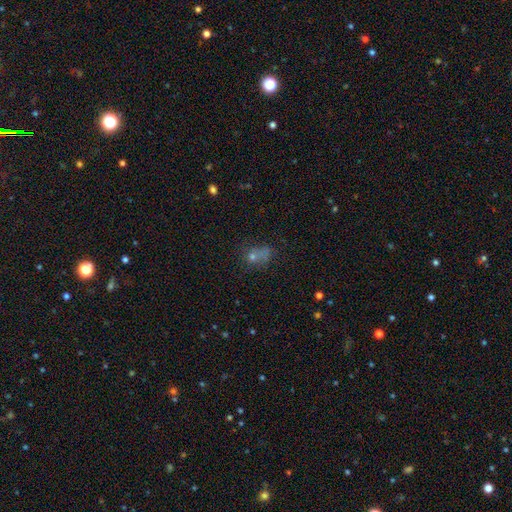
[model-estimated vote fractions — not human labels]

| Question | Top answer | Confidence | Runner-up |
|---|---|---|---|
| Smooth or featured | smooth | 58% | star or artifact (23%) |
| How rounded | in between | 51% | round (46%) |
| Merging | none | 36% | major disturbance (26%) |